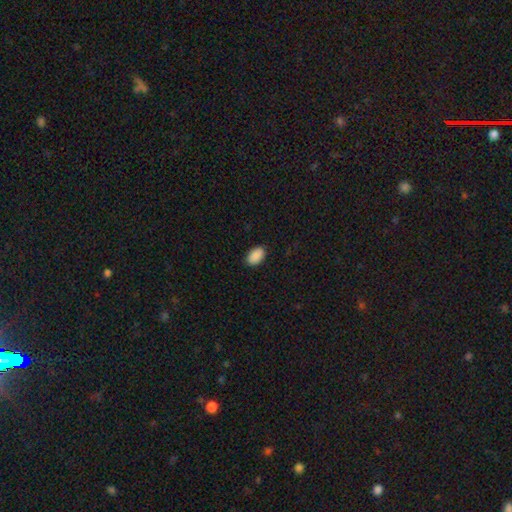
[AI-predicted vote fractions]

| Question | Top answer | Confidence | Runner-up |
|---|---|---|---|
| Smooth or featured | smooth | 91% | star or artifact (7%) |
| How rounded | in between | 93% | round (6%) |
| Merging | none | 90% | minor disturbance (8%) |